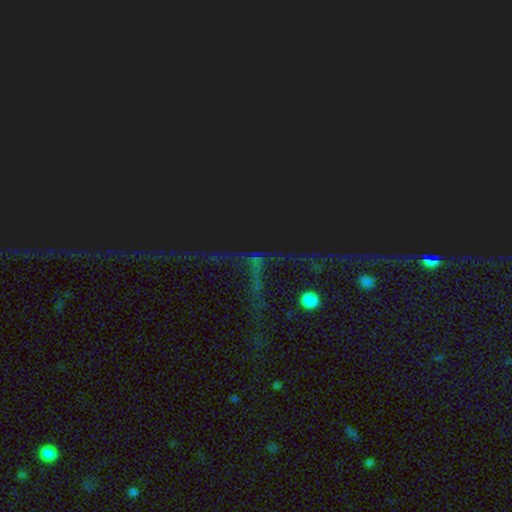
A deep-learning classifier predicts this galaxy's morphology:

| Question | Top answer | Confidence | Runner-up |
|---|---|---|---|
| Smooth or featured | star or artifact | 77% | featured or disk (12%) |